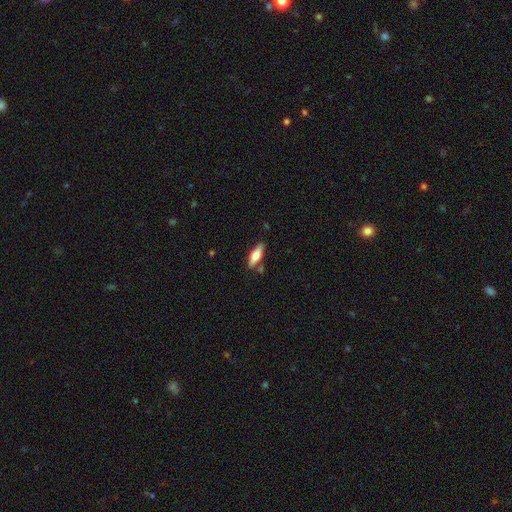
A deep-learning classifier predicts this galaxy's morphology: type=smooth (64%); roundness=in between (52%); merging=none (77%).